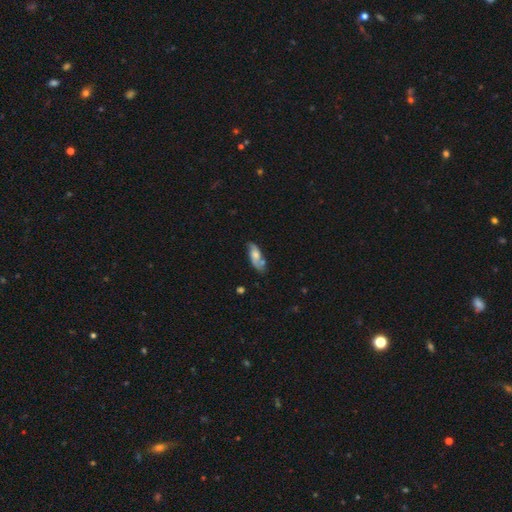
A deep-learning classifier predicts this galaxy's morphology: Q: Smooth or featured?
A: featured or disk (48%); runner-up: smooth (45%)
Q: Merging?
A: none (58%); runner-up: minor disturbance (24%)